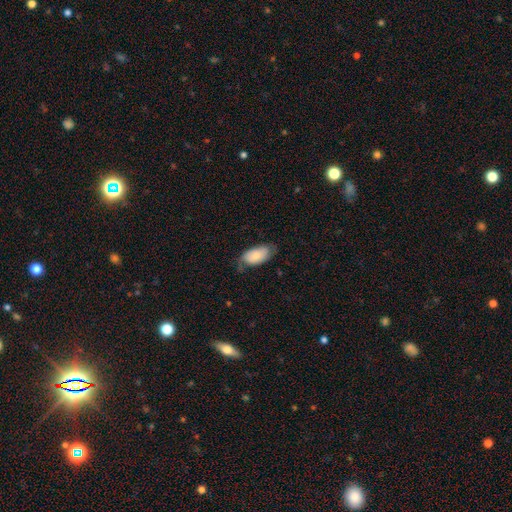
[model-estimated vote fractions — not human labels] smooth_or_featured: smooth (p=0.71) [alt: featured or disk p=0.23]
how_rounded: in between (p=0.94) [alt: cigar-shaped p=0.03]
merging: none (p=0.57) [alt: minor disturbance p=0.31]